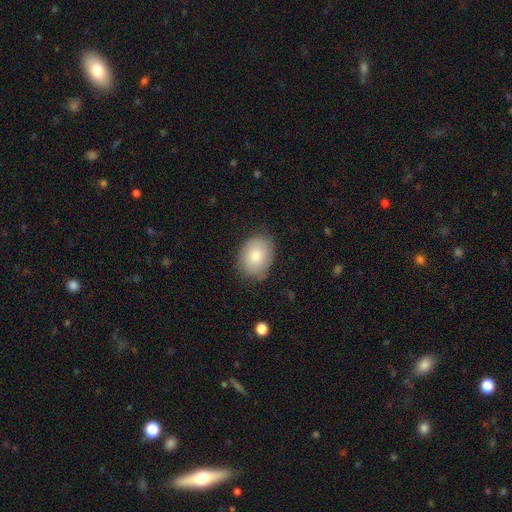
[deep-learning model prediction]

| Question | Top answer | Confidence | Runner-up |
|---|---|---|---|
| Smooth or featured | smooth | 79% | featured or disk (14%) |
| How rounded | in between | 65% | round (34%) |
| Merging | none | 79% | minor disturbance (17%) |